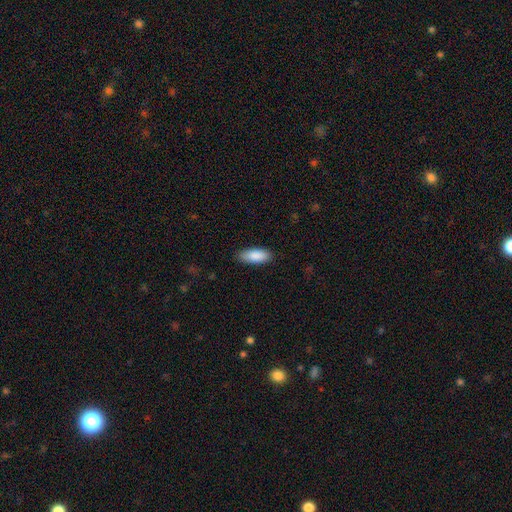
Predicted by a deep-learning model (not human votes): Smooth or featured?
  - smooth: 89% *
  - star or artifact: 6%
  - featured or disk: 5%
How rounded?
  - in between: 79% *
  - cigar-shaped: 20%
  - round: 2%
Merging?
  - none: 86% *
  - minor disturbance: 11%
  - major disturbance: 2%
  - merger: 1%